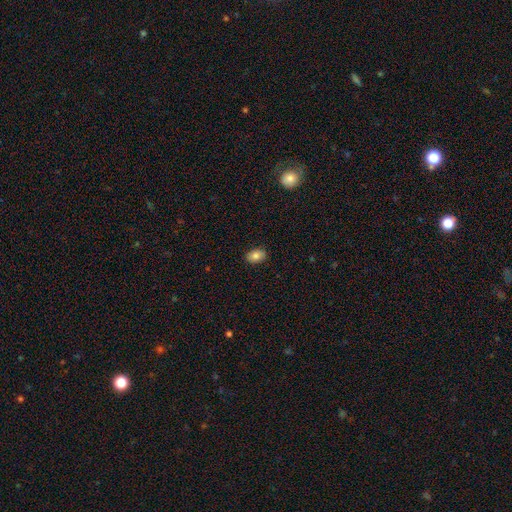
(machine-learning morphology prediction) Smooth or featured? smooth (83%)
How rounded? in between (82%)
Merging? none (88%)